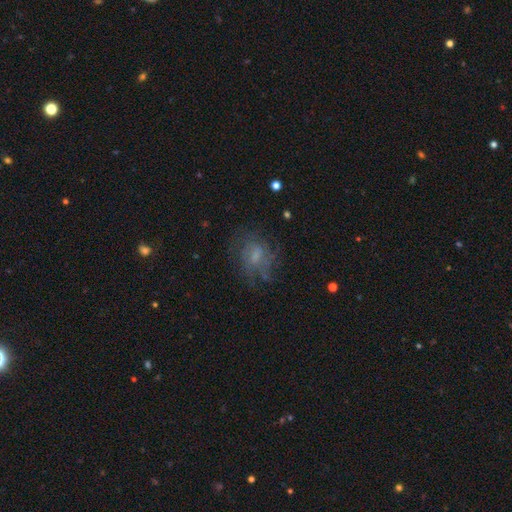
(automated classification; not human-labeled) Overall: featured or disk (49%; smooth 36%). Merging: none (59%; minor disturbance 20%).